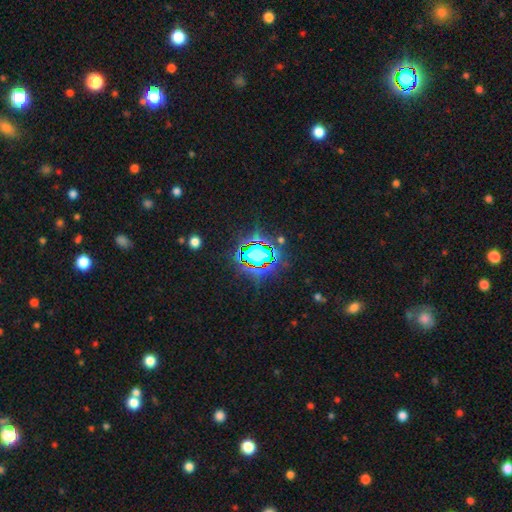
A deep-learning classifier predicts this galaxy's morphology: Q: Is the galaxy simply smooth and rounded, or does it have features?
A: star or artifact — 81%.